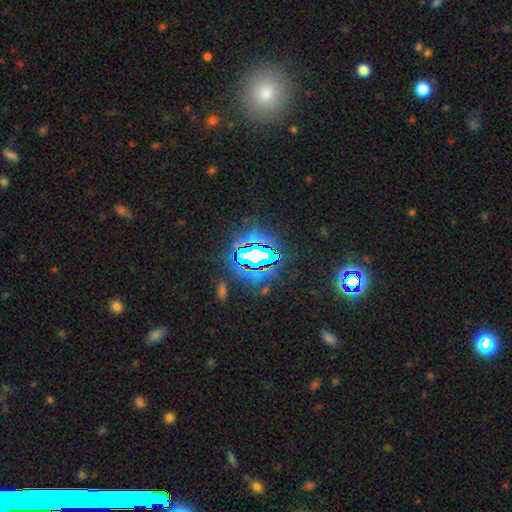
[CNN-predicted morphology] This is likely a star or artifact rather than a galaxy (77%).